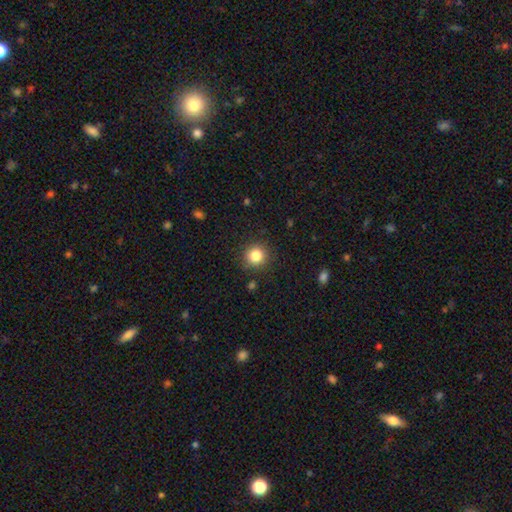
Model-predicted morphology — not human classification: Q: Smooth or featured?
A: smooth (84%); runner-up: star or artifact (11%)
Q: How rounded?
A: round (92%); runner-up: in between (7%)
Q: Merging?
A: none (89%); runner-up: minor disturbance (7%)